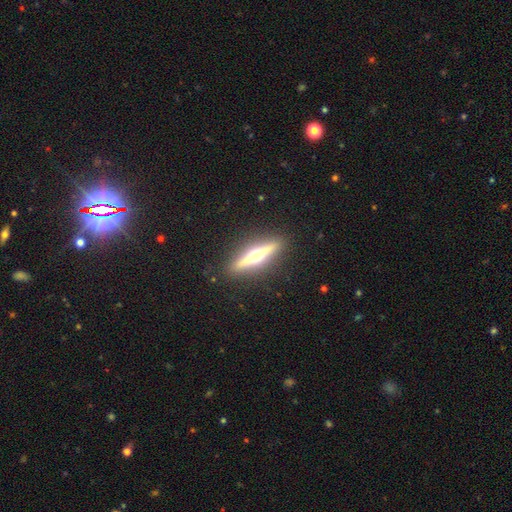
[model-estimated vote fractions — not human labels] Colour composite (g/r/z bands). It shows a featured or disk galaxy (75%) viewed edge-on (97%) with a rounded central bulge (94%). Merging: none (90%).